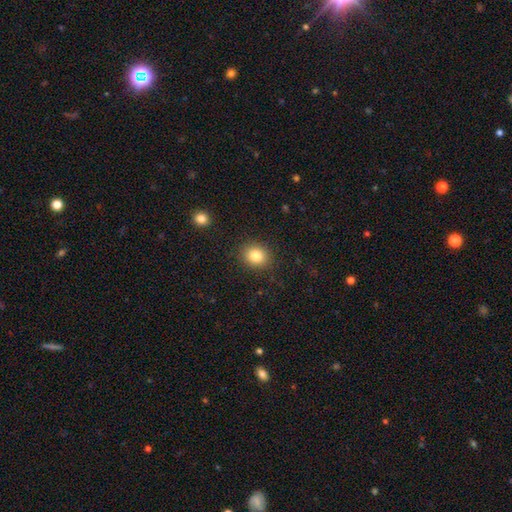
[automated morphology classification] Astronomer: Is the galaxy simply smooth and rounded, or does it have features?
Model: smooth — 83%.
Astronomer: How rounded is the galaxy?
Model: round — 65%.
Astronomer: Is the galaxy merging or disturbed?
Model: none — 88%.